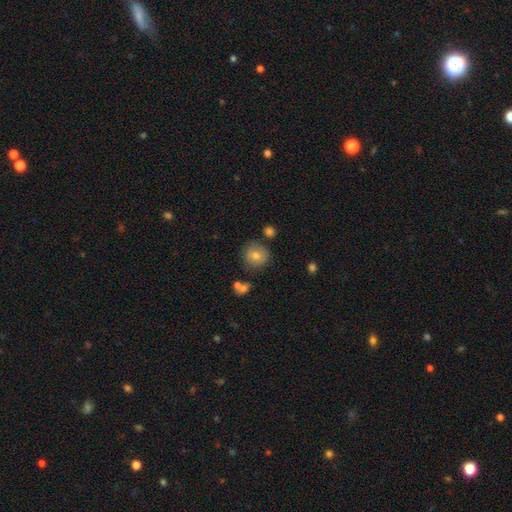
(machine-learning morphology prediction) smooth 71%, featured or disk 17%, star or artifact 12%. Down the decision tree: how rounded — round (90%); merging — none (79%).